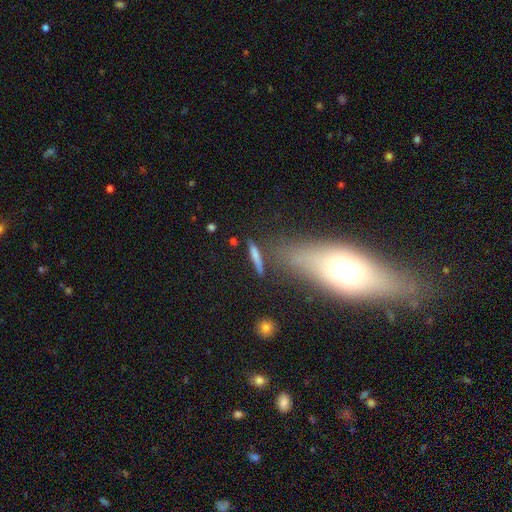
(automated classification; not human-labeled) smooth 68%, featured or disk 22%, star or artifact 10%. Down the decision tree: how rounded — cigar-shaped (82%); merging — none (71%).